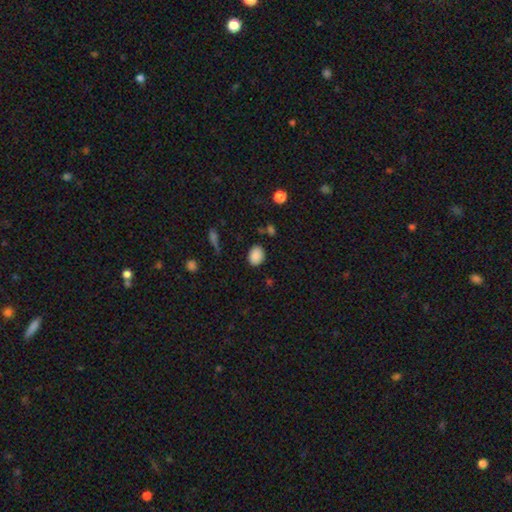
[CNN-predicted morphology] This appears to be a smooth galaxy with no disk features (87%) that is in between round and cigar-shaped (67%). Merging: none (83%).